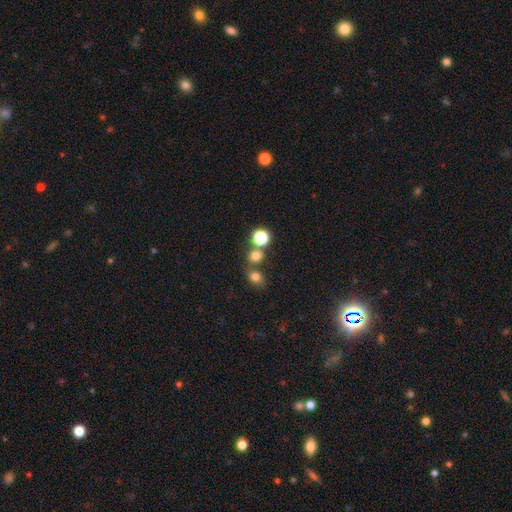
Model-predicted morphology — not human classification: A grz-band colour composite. It shows a smooth galaxy with no disk features (71%) that is round (75%). Merging: none (60%).